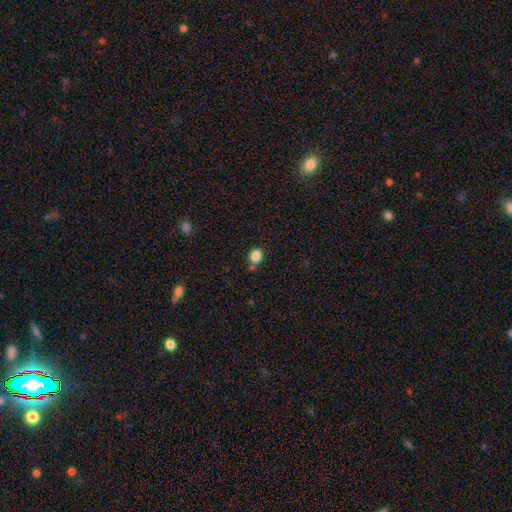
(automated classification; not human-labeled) This is clearly a smooth galaxy (84%). How rounded: possibly round (58%). Merging: likely none (68%).